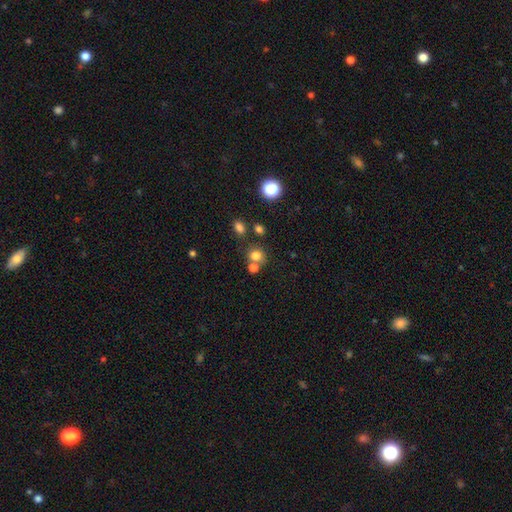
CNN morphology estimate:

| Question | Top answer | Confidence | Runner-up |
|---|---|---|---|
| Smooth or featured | smooth | 76% | star or artifact (16%) |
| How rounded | round | 76% | in between (23%) |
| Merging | none | 61% | merger (25%) |